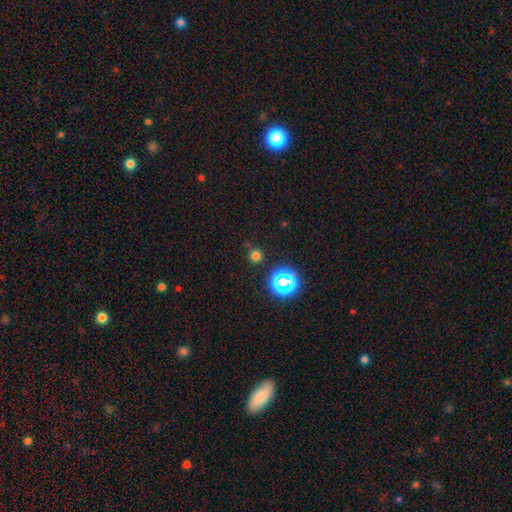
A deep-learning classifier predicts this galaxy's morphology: smooth 66%, star or artifact 28%, featured or disk 6%. Down the decision tree: how rounded — round (92%); merging — none (83%).